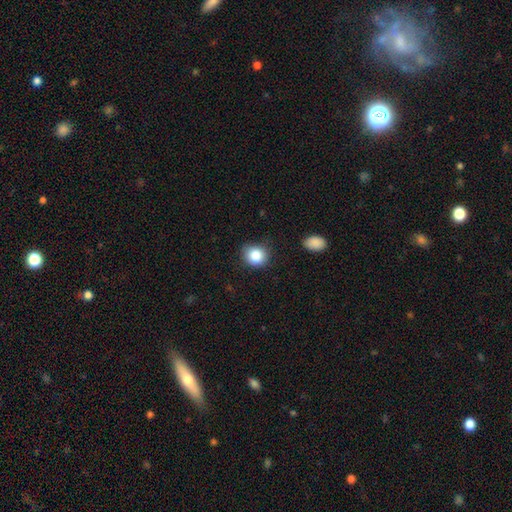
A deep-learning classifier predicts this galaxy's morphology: smooth 84%, star or artifact 10%, featured or disk 6%. Down the decision tree: how rounded — round (74%); merging — none (80%).